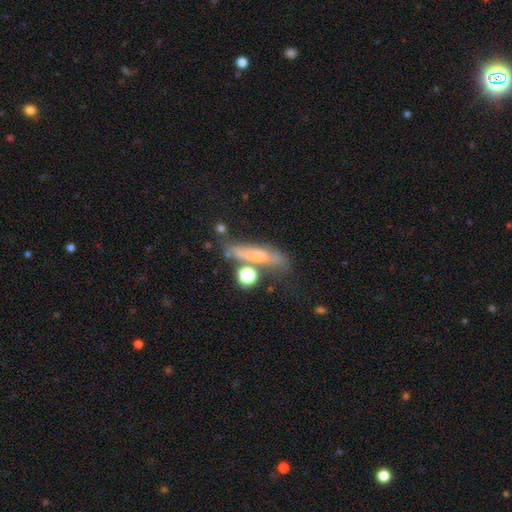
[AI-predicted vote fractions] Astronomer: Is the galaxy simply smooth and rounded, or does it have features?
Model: smooth — 50% (runner-up: featured or disk, 36%).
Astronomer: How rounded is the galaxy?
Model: cigar-shaped — 63%.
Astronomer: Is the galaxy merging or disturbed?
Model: none — 46% (runner-up: minor disturbance, 23%).